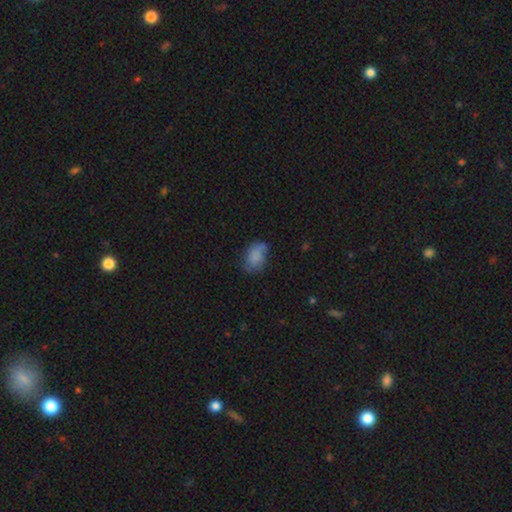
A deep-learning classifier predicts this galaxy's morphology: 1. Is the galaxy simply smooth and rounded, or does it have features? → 63% smooth, 27% featured or disk, 10% star or artifact.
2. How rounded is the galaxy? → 81% in between, 17% round, 2% cigar-shaped.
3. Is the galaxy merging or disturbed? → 50% none, 31% minor disturbance, 17% major disturbance, 3% merger.